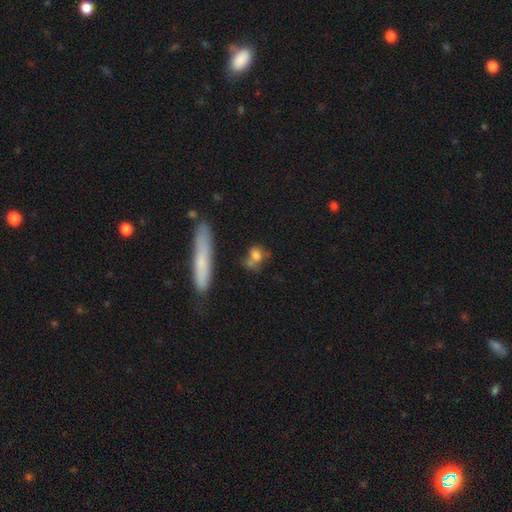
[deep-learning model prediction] smooth 73%, featured or disk 16%, star or artifact 11%. Down the decision tree: how rounded — round (51%); merging — none (53%).